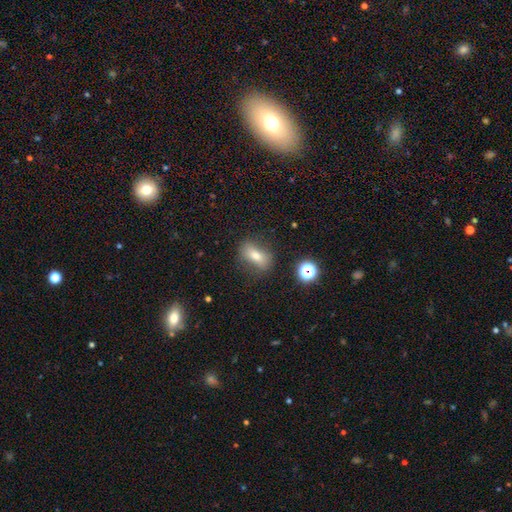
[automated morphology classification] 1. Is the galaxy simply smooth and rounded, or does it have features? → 66% smooth, 19% featured or disk, 15% star or artifact.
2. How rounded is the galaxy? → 74% in between, 15% round, 11% cigar-shaped.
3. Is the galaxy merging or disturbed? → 75% none, 16% minor disturbance, 6% major disturbance, 3% merger.